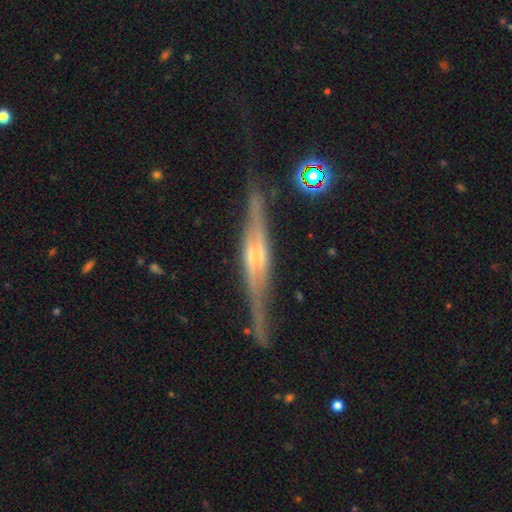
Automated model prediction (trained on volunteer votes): Overall: featured or disk (83%). Edge-on disk: yes (96%). Edge-on bulge: rounded (53%; boxy 36%). Merging: none (79%).